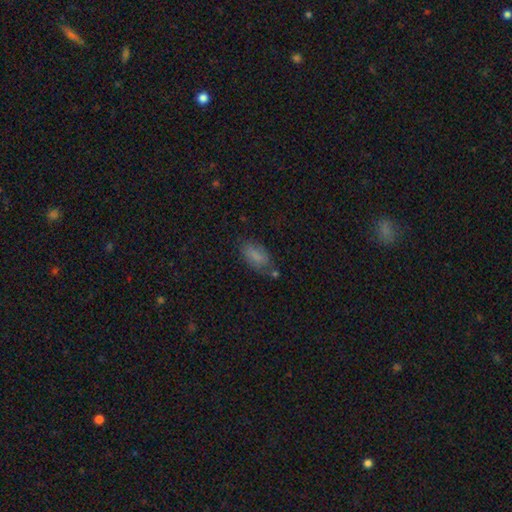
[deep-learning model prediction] Smooth or featured: smooth — 76% (featured or disk — 14%)
How rounded: in between — 89% (cigar-shaped — 7%)
Merging: none — 59% (minor disturbance — 25%)